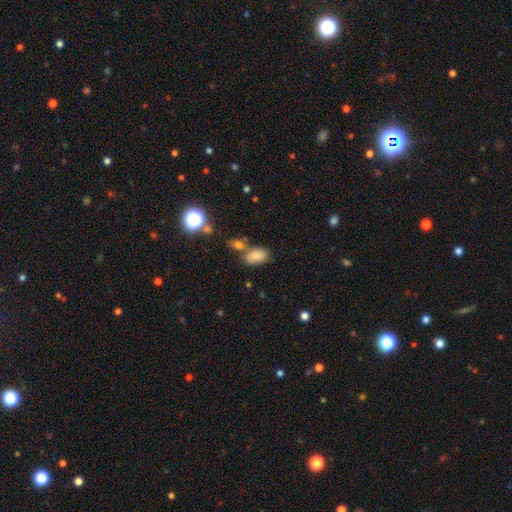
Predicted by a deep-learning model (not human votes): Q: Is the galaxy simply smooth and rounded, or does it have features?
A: smooth — 81%.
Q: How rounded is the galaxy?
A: in between — 90%.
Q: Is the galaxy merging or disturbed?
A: none — 56%.